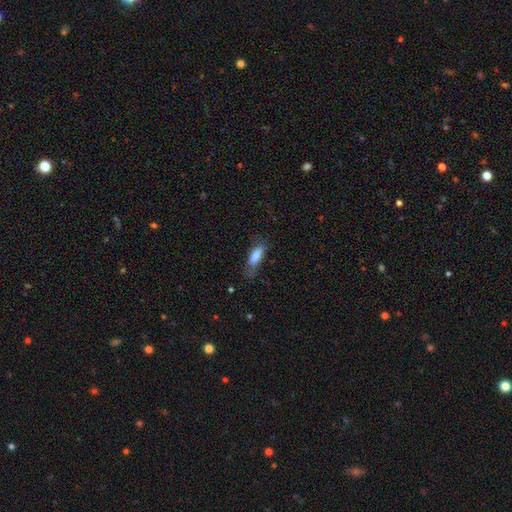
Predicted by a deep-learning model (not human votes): This is likely a smooth galaxy (79%). How rounded: likely in between (65%). Merging: possibly none (53%).